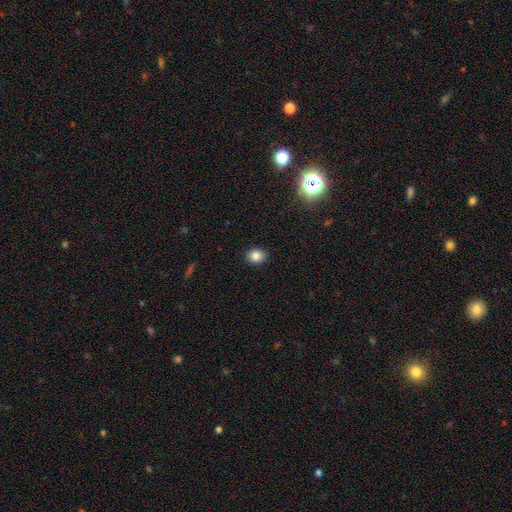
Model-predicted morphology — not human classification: Smooth or featured?
  - smooth: 83% *
  - star or artifact: 11%
  - featured or disk: 6%
How rounded?
  - round: 50% *
  - in between: 49%
  - cigar-shaped: 1%
Merging?
  - none: 89% *
  - minor disturbance: 8%
  - major disturbance: 2%
  - merger: 1%